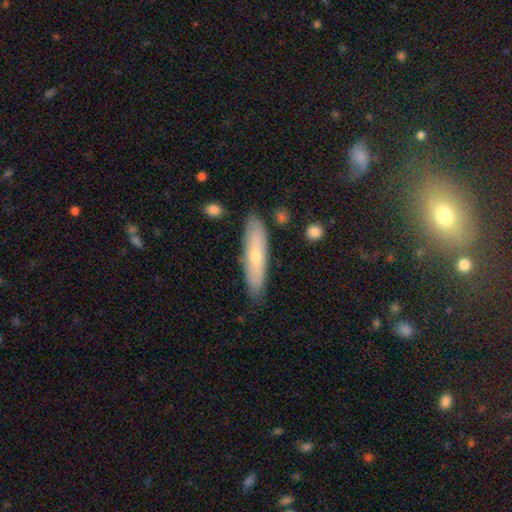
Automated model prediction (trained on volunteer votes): Smooth or featured? Predicted: smooth (p=0.55). How rounded? Predicted: cigar-shaped (p=0.73). Merging? Predicted: none (p=0.82).